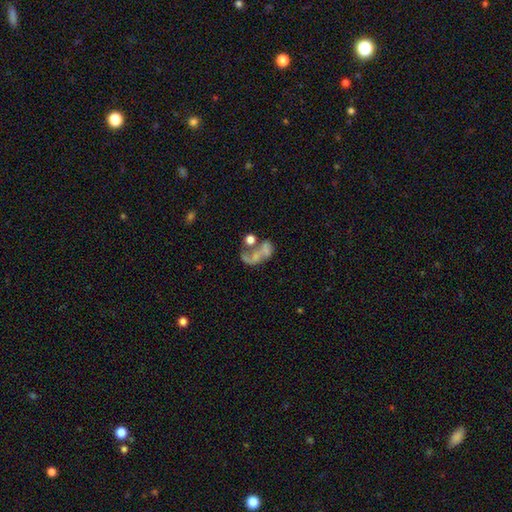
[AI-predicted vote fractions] Smooth or featured: featured or disk — 51% (smooth — 33%)
Edge-on disk: no — 98% (yes — 2%)
Bar: no — 85% (weak — 11%)
Spiral arms: no — 75% (yes — 25%)
Bulge size: none — 65% (small — 17%)
Merging: merger — 41% (major disturbance — 31%)